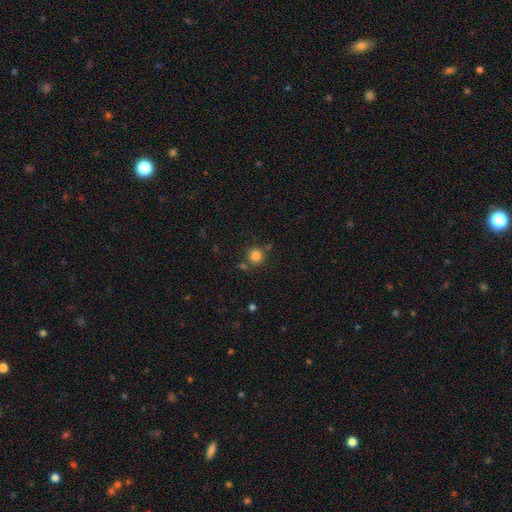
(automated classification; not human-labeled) Morphology: type=smooth (83%); roundness=round (93%); merging=none (78%).